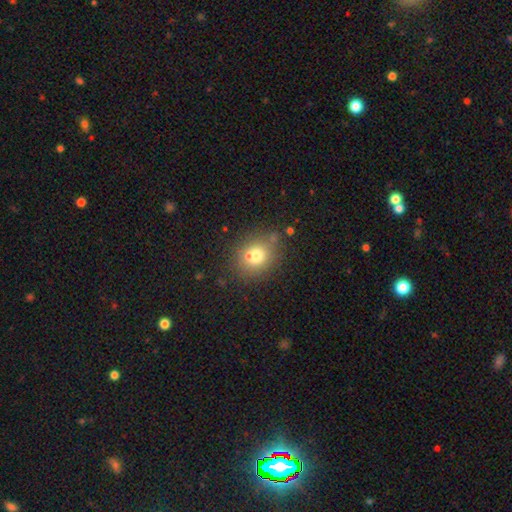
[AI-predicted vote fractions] smooth_or_featured: smooth (p=0.70) [alt: featured or disk p=0.17]
how_rounded: round (p=0.72) [alt: in between p=0.27]
merging: none (p=0.61) [alt: merger p=0.21]